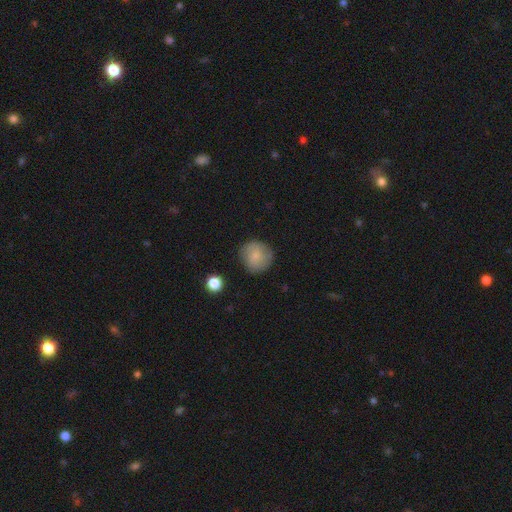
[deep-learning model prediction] Smooth or featured?
  - smooth: 70% *
  - featured or disk: 22%
  - star or artifact: 8%
How rounded?
  - round: 93% *
  - in between: 6%
  - cigar-shaped: 1%
Merging?
  - none: 82% *
  - minor disturbance: 13%
  - major disturbance: 3%
  - merger: 2%